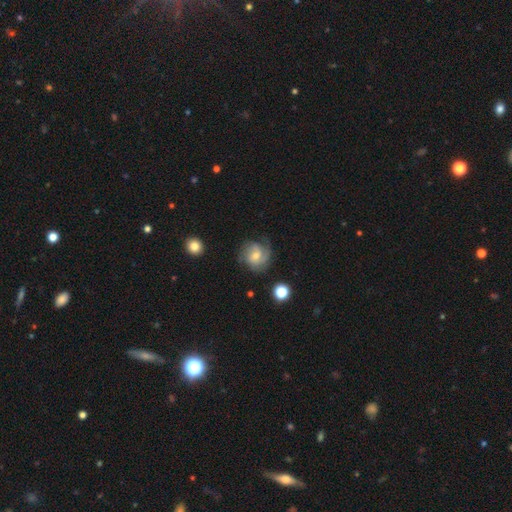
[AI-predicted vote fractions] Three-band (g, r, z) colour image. It shows a featured or disk galaxy (69%) with no bar (57%), 2 (30%) tight (47%) spiral arms (92%) and a moderate central bulge (50%). Merging: none (68%).